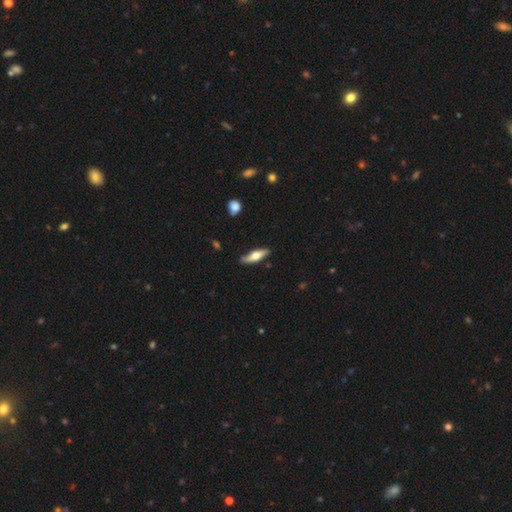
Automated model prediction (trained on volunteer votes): Smooth or featured?
  - smooth: 53% *
  - featured or disk: 42%
  - star or artifact: 5%
How rounded?
  - cigar-shaped: 57% *
  - in between: 41%
  - round: 2%
Merging?
  - none: 80% *
  - minor disturbance: 15%
  - major disturbance: 2%
  - merger: 2%